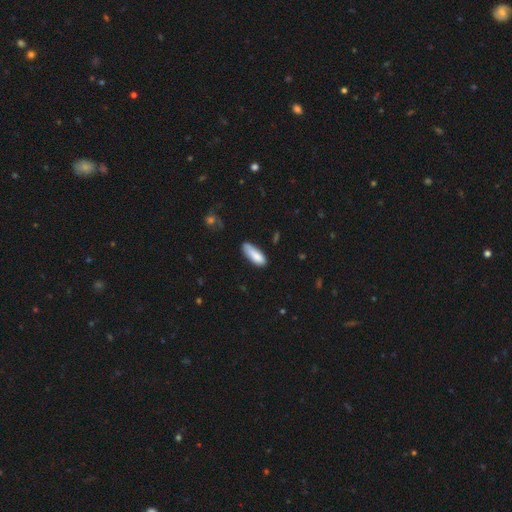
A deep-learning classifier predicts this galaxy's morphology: type=smooth (85%); roundness=in between (60%); merging=none (63%).